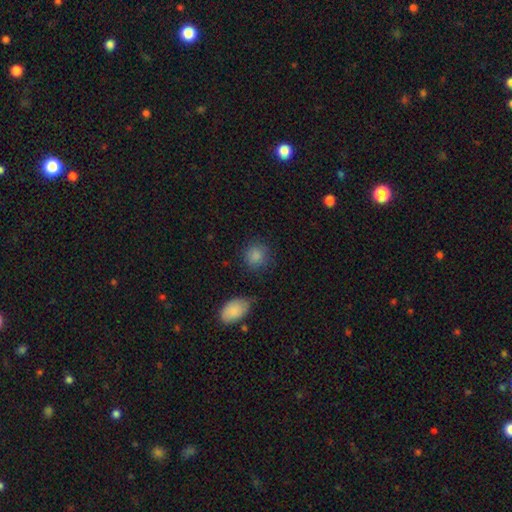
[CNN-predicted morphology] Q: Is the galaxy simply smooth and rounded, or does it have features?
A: smooth — 86%.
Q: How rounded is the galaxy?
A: round — 84%.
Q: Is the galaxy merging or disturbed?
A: none — 80%.